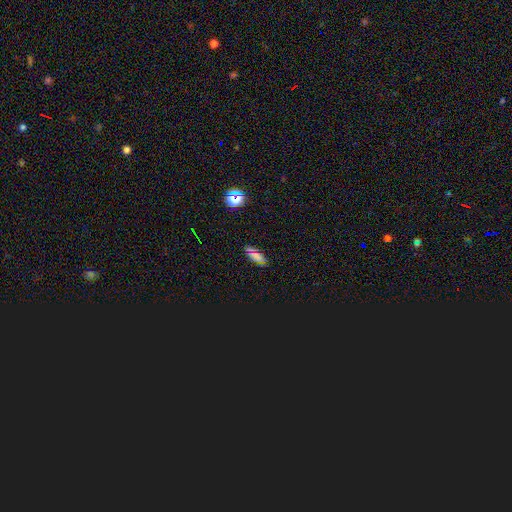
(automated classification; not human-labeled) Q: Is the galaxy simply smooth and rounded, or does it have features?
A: smooth — 62%.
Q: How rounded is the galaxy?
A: in between — 78%.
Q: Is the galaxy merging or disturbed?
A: none — 82%.